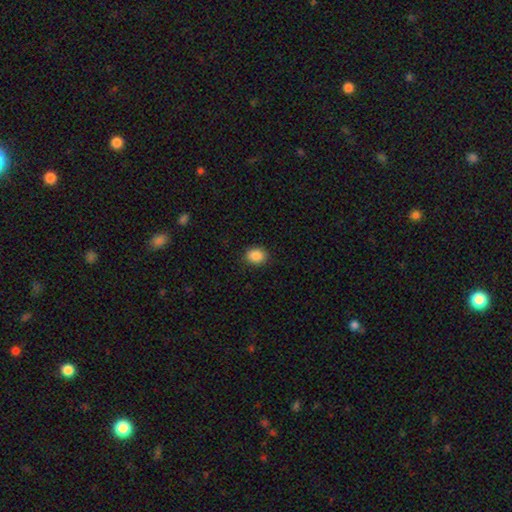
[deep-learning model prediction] Smooth or featured: smooth — 88% (star or artifact — 9%)
How rounded: round — 55% (in between — 44%)
Merging: none — 89% (minor disturbance — 8%)